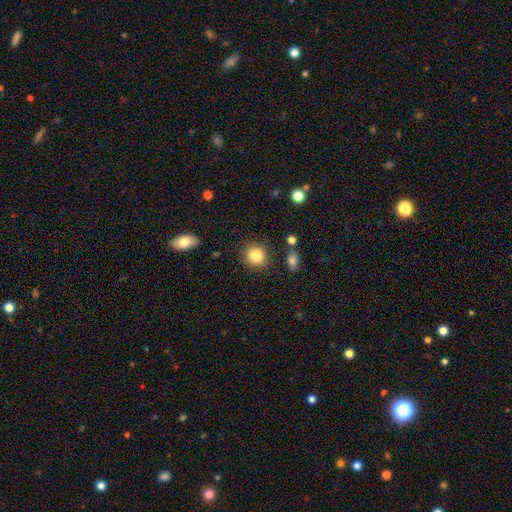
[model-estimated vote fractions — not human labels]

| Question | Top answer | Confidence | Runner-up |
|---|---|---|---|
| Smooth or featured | smooth | 85% | star or artifact (9%) |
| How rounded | round | 85% | in between (14%) |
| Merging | none | 86% | minor disturbance (8%) |